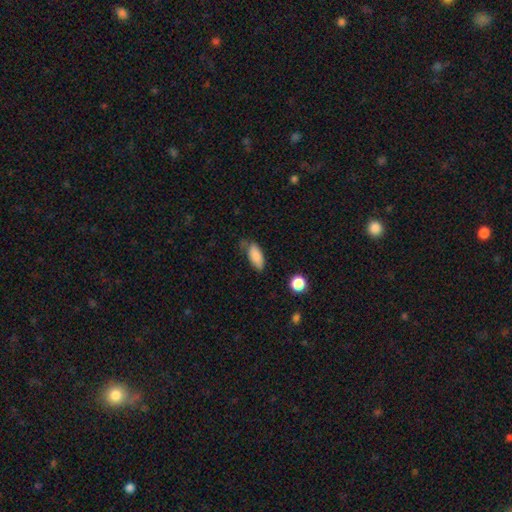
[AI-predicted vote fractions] This appears to be a smooth galaxy with no disk features (85%) that is in between round and cigar-shaped (87%). Merging: none (55%).